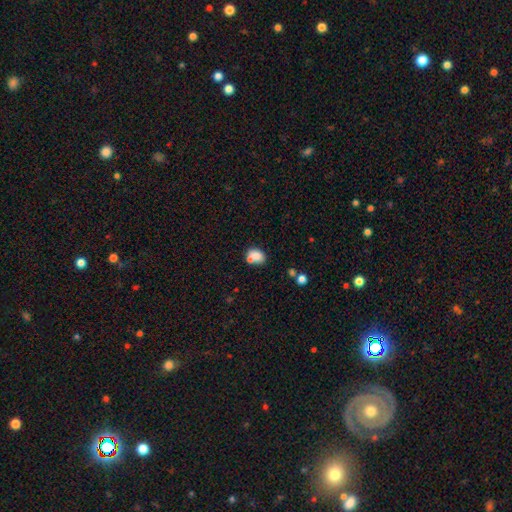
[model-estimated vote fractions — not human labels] Q: Smooth or featured?
A: smooth (78%); runner-up: featured or disk (13%)
Q: How rounded?
A: in between (61%); runner-up: round (38%)
Q: Merging?
A: none (44%); runner-up: merger (36%)